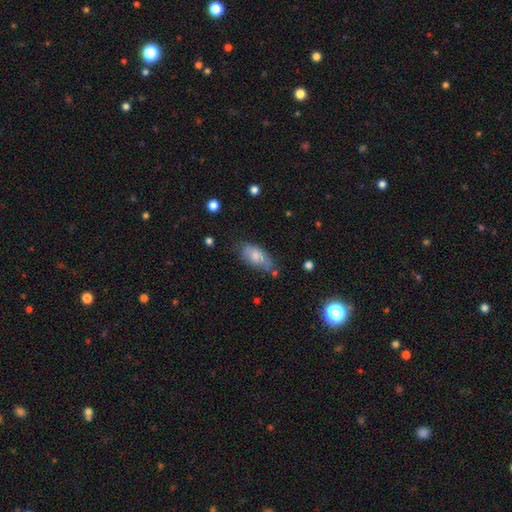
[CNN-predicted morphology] Smooth or featured: smooth — 74% (featured or disk — 19%)
How rounded: in between — 89% (cigar-shaped — 7%)
Merging: none — 48% (minor disturbance — 34%)